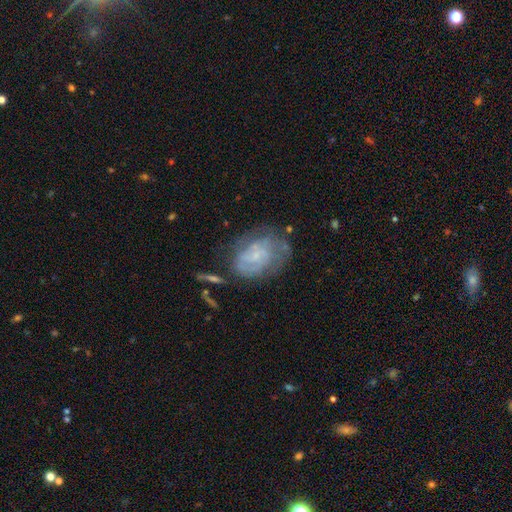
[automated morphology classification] This is likely a featured or disk galaxy (64%). It is clearly not viewed edge-on (97%). Bar: likely no (66%). Spiral arm pattern: likely yes (71%). Central bulge: likely small (65%). Merging: possibly none (48%).